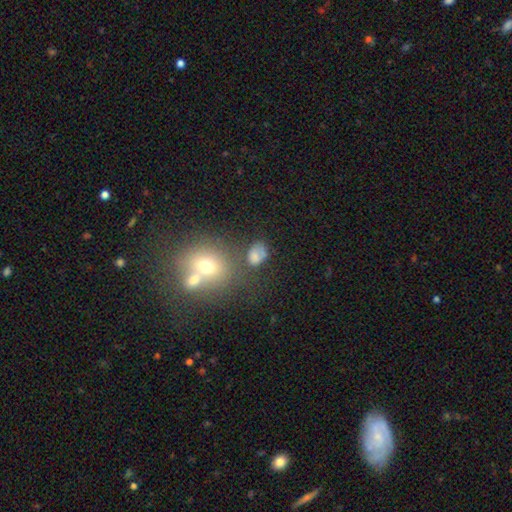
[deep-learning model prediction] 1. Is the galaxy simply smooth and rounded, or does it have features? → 68% smooth, 17% star or artifact, 15% featured or disk.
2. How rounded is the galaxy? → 60% in between, 39% round, 1% cigar-shaped.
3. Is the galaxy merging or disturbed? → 49% none, 20% minor disturbance, 18% merger, 13% major disturbance.